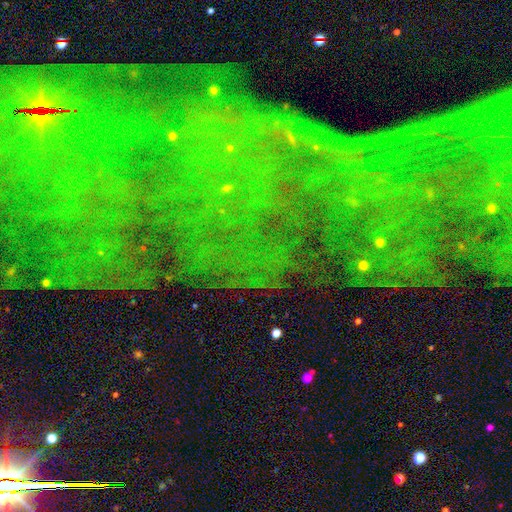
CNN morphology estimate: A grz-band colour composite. It shows a star or artifact, not a galaxy (81%).